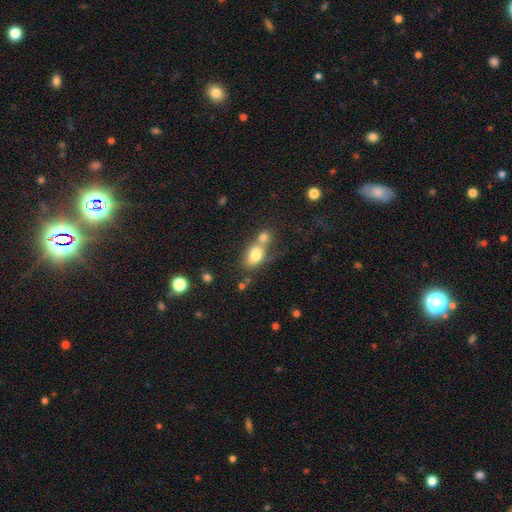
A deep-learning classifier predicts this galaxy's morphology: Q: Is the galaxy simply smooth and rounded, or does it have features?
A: smooth — 77%.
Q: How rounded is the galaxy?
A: in between — 80%.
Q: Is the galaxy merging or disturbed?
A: merger — 55%.